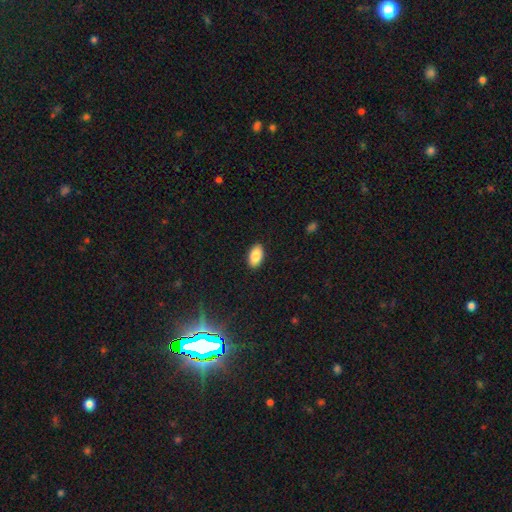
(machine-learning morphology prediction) Smooth or featured? Predicted: smooth (p=0.86). How rounded? Predicted: in between (p=0.94). Merging? Predicted: none (p=0.90).